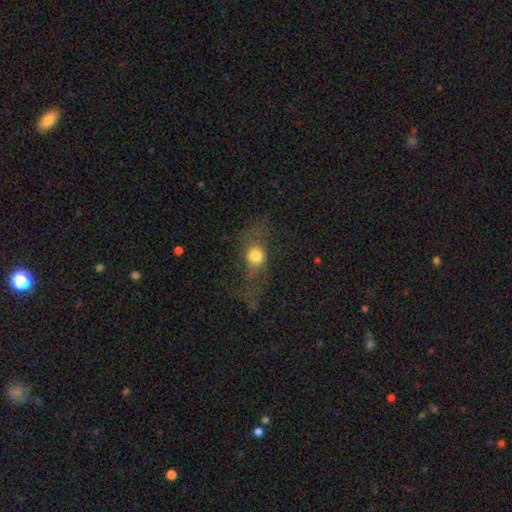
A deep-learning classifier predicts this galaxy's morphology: Smooth or featured? Predicted: smooth (p=0.64). How rounded? Predicted: round (p=0.58). Merging? Predicted: none (p=0.43).